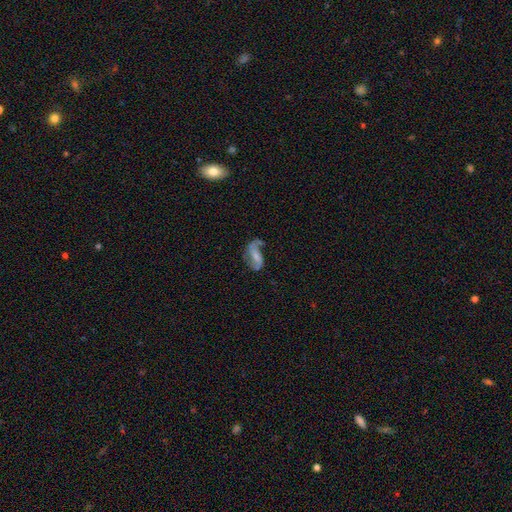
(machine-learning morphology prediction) Smooth or featured? featured or disk (71%)
Edge-on disk? no (96%)
Bar? weak (39%)
Spiral arms? yes (87%)
Spiral winding? loose (65%)
Spiral arm count? 2 (80%)
Bulge size? small (49%)
Merging? none (46%)